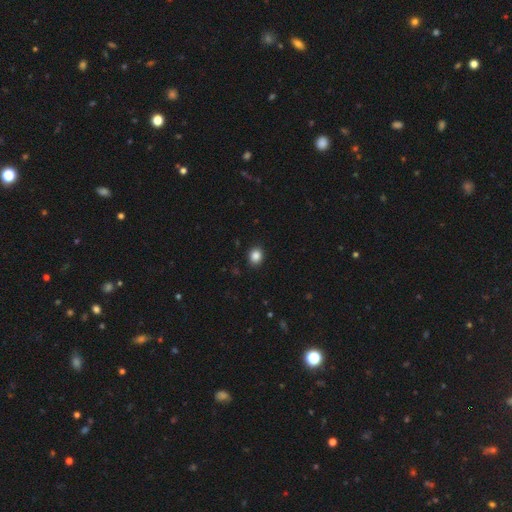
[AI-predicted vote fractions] Smooth or featured? smooth (86%)
How rounded? round (67%)
Merging? none (91%)